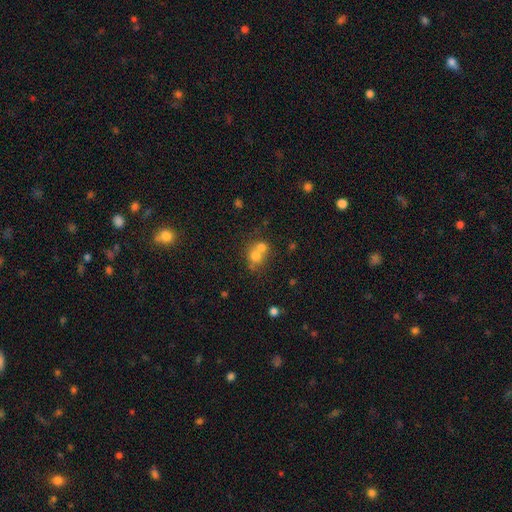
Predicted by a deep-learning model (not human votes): A smooth galaxy with no disk features (71%) that is round (78%).

Vote fractions:
- Smooth or featured? smooth: 71% / featured or disk: 16% / star or artifact: 13%
- How rounded? round: 78% / in between: 21% / cigar-shaped: 1%
- Merging? merger: 61% / none: 31% / minor disturbance: 5% / major disturbance: 3%